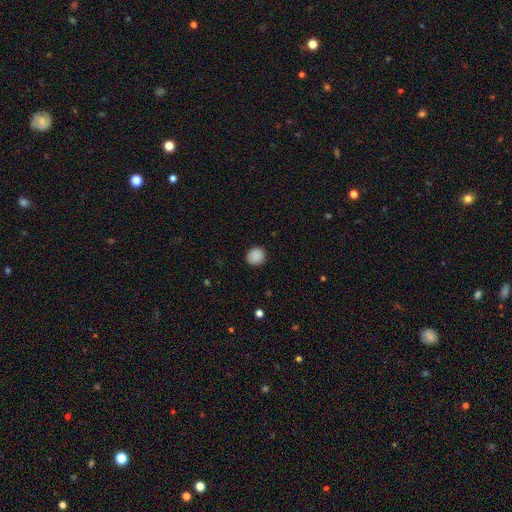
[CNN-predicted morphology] A smooth galaxy with no disk features (89%) that is round (86%).

Vote fractions:
- Smooth or featured? smooth: 89% / star or artifact: 9% / featured or disk: 3%
- How rounded? round: 86% / in between: 13% / cigar-shaped: 1%
- Merging? none: 90% / minor disturbance: 7% / major disturbance: 2% / merger: 1%